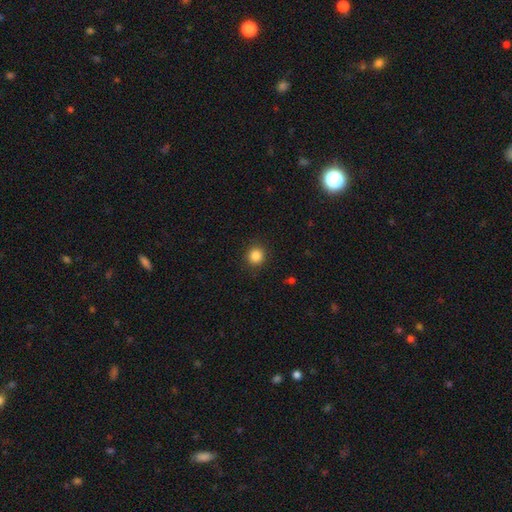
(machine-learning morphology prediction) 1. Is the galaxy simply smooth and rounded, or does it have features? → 85% smooth, 11% star or artifact, 4% featured or disk.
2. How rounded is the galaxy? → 91% round, 8% in between, 1% cigar-shaped.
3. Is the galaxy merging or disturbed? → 91% none, 6% minor disturbance, 2% major disturbance, 1% merger.